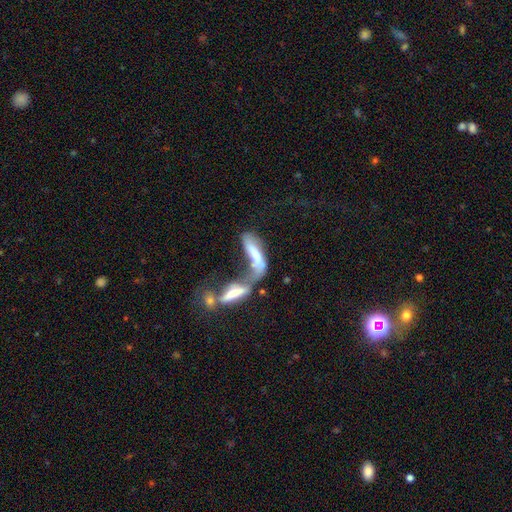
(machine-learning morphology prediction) The model was most divided on "smooth or featured": smooth: 51%, featured or disk: 40%, star or artifact: 8%. More confident: merging — merger (72%); how rounded — cigar-shaped (60%).